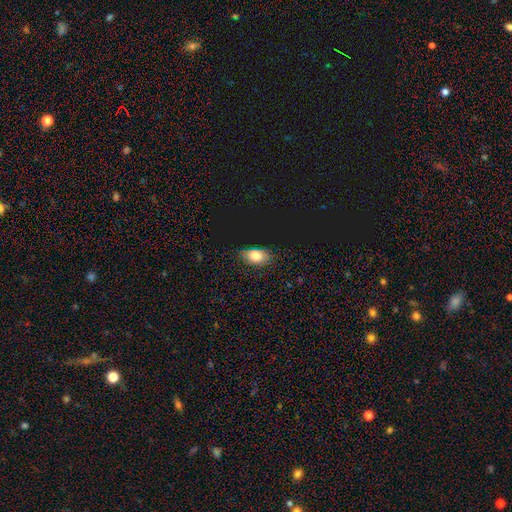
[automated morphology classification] A smooth galaxy with no disk features (76%) that is in between round and cigar-shaped (84%). Merging: none (80%).